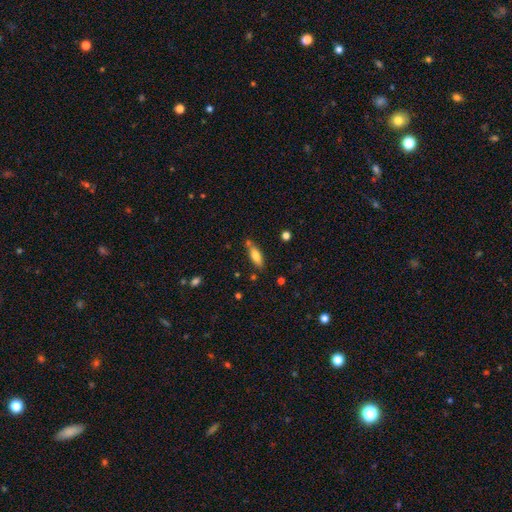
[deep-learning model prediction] Morphology: type=smooth (71%); roundness=in between (55%); merging=none (69%).